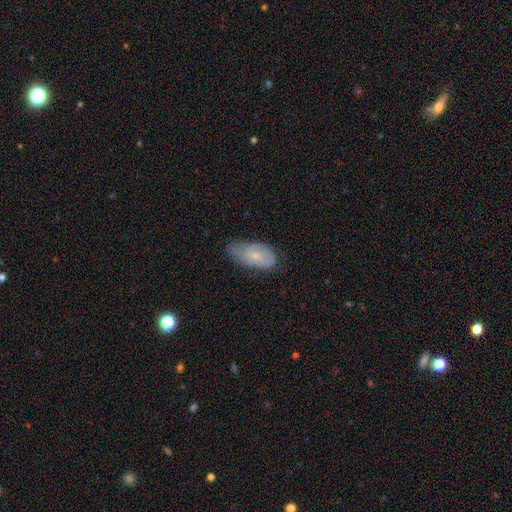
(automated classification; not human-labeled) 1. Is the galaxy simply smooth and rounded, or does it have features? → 56% smooth, 37% featured or disk, 7% star or artifact.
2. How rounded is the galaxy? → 92% in between, 4% round, 4% cigar-shaped.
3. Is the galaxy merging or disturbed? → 48% none, 39% minor disturbance, 11% major disturbance, 2% merger.